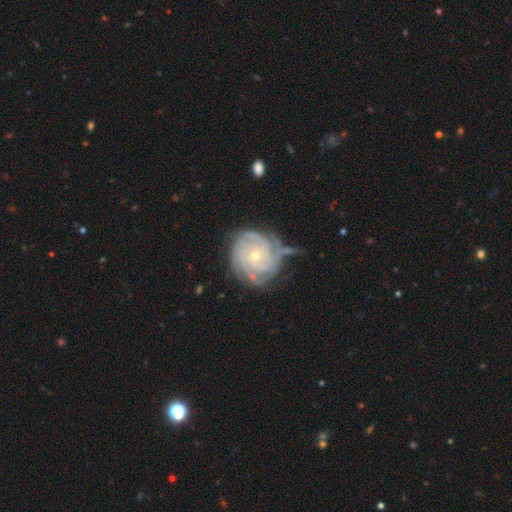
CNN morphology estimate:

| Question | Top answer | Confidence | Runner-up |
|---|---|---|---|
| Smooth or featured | featured or disk | 87% | smooth (7%) |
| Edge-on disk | no | 98% | yes (2%) |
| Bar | no | 76% | weak (19%) |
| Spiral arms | yes | 97% | no (3%) |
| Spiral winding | tight | 83% | medium (15%) |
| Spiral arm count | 4 | 28% | 3 (23%) |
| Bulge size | small | 64% | moderate (33%) |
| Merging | none | 63% | minor disturbance (23%) |